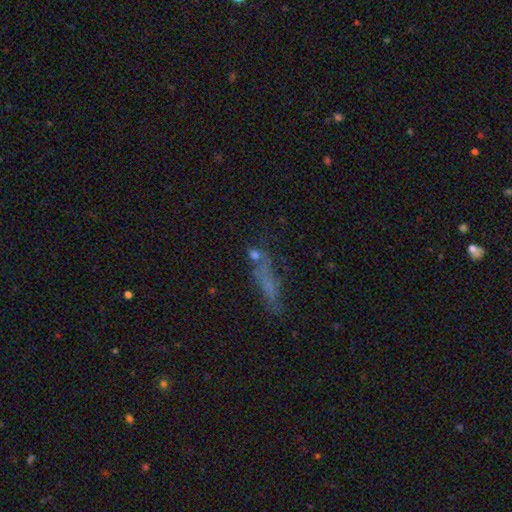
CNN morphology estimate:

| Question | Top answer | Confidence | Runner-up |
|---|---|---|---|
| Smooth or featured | smooth | 53% | star or artifact (24%) |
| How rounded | cigar-shaped | 60% | in between (29%) |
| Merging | none | 55% | minor disturbance (18%) |